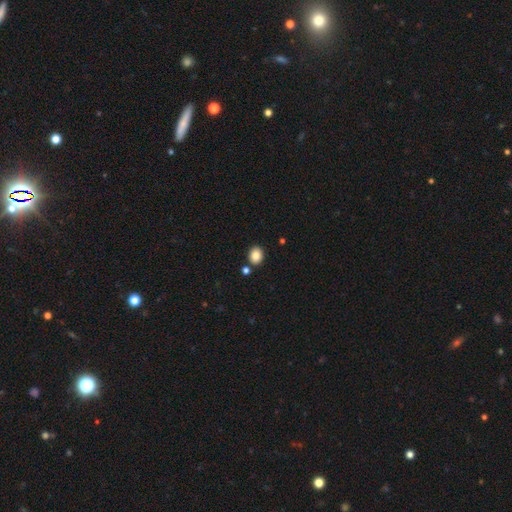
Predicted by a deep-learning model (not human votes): The model was most divided on "how rounded": round: 54%, in between: 45%, cigar-shaped: 1%. More confident: smooth or featured — smooth (85%); merging — none (84%).